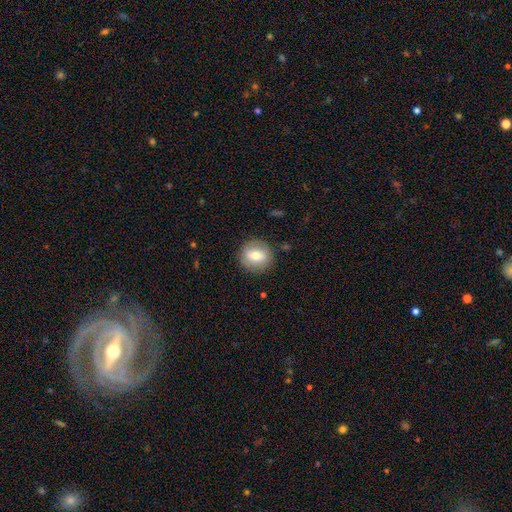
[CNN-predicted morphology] Overall: smooth (64%; featured or disk 28%). How rounded: round (84%). Merging: none (85%).